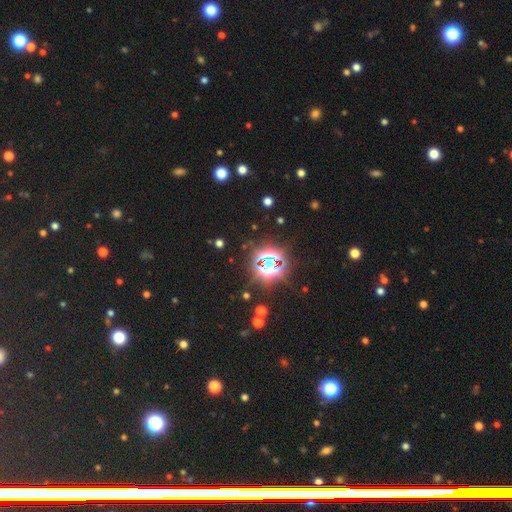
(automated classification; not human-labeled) star or artifact 76%, smooth 18%, featured or disk 6%.